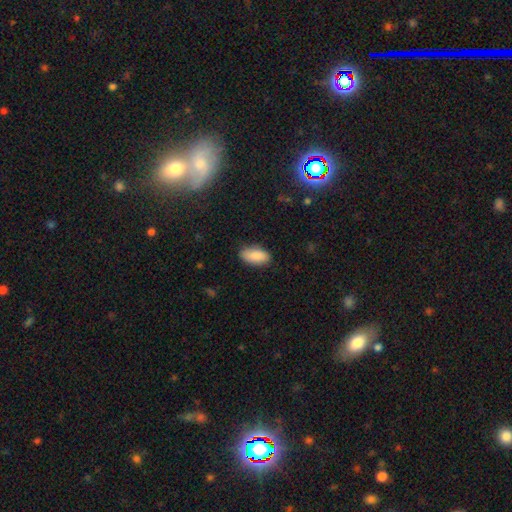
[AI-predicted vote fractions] This is clearly a smooth galaxy (89%). How rounded: clearly in between (92%). Merging: clearly none (83%).